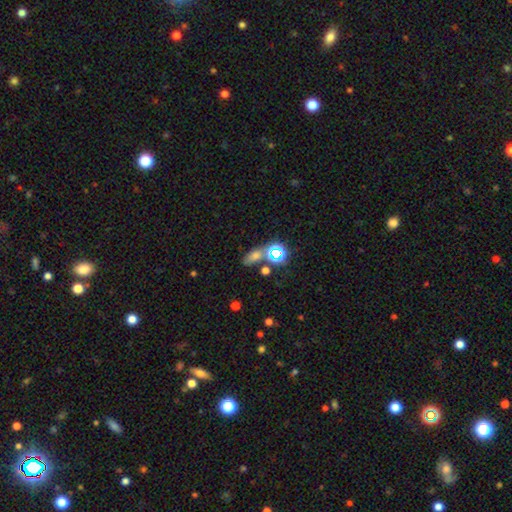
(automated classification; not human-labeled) Smooth or featured? Predicted: smooth (p=0.46). Merging? Predicted: none (p=0.62).